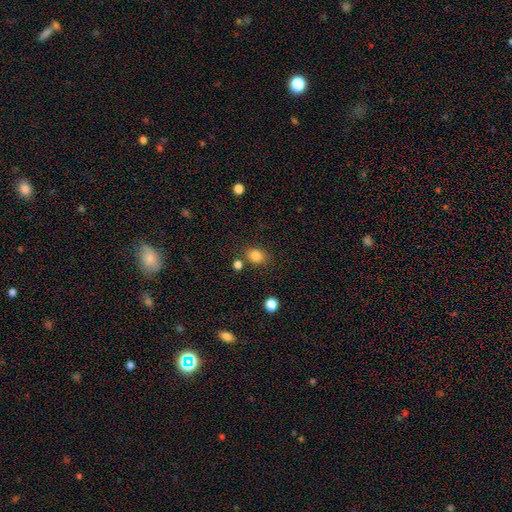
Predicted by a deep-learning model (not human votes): This appears to be a smooth galaxy with no disk features (83%) that is round (57%). Merging: none (75%).